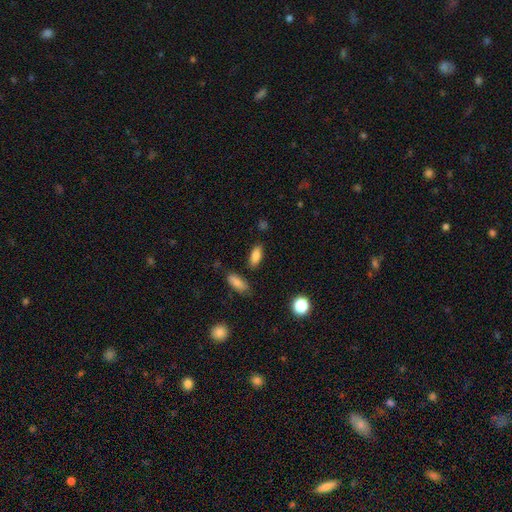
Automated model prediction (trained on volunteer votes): Overall: smooth (84%). How rounded: in between (82%). Merging: none (81%).